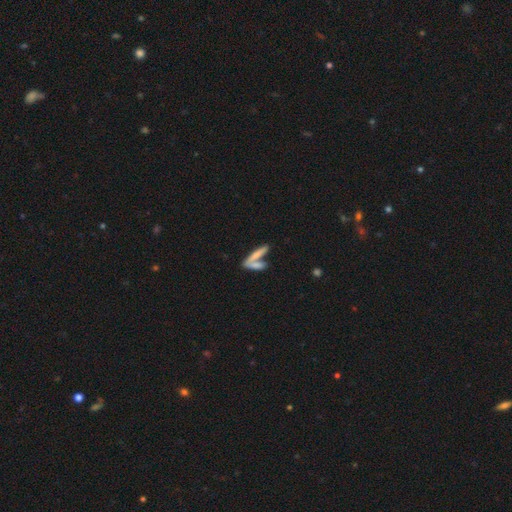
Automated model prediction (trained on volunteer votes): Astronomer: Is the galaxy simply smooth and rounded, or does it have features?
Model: smooth — 65%.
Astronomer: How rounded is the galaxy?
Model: cigar-shaped — 72%.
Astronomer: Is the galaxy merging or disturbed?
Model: merger — 53% (runner-up: none, 34%).